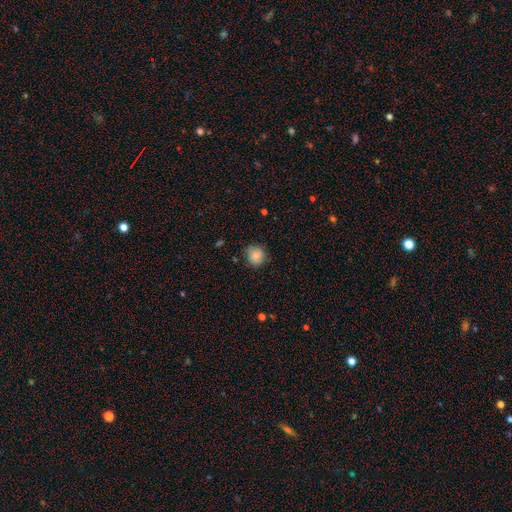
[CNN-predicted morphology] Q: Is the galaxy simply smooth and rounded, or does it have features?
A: smooth — 85%.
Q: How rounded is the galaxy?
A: round — 84%.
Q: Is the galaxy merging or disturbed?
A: none — 79%.